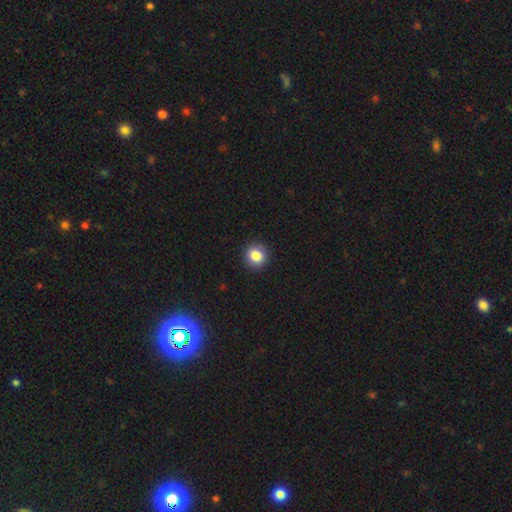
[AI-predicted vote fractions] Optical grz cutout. It shows a smooth galaxy with no disk features (85%) that is round (90%). Merging: none (91%).